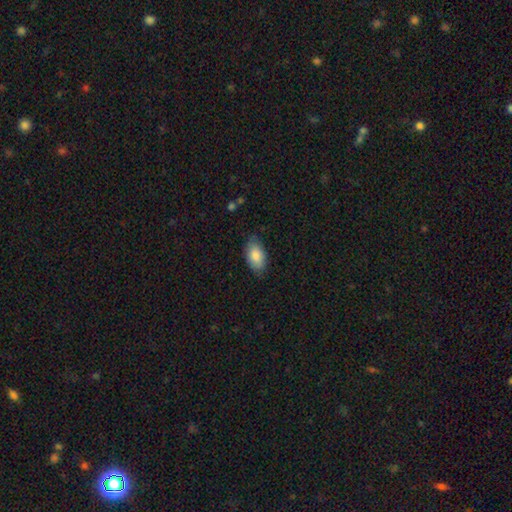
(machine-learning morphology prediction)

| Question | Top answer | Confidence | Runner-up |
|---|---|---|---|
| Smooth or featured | smooth | 85% | featured or disk (9%) |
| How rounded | in between | 93% | round (5%) |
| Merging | none | 77% | minor disturbance (19%) |